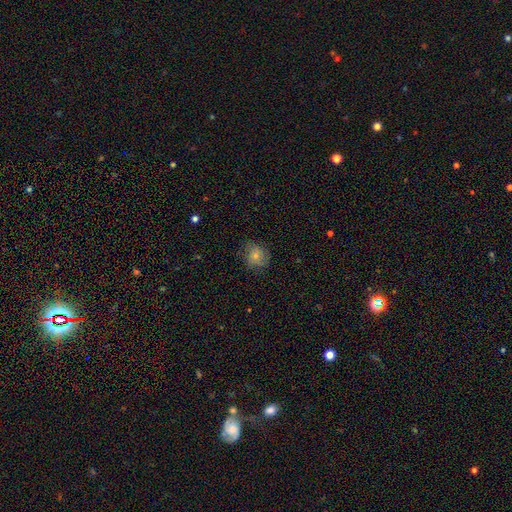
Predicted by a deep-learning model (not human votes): smooth 64%, featured or disk 27%, star or artifact 10%. Down the decision tree: how rounded — round (74%); merging — none (66%).